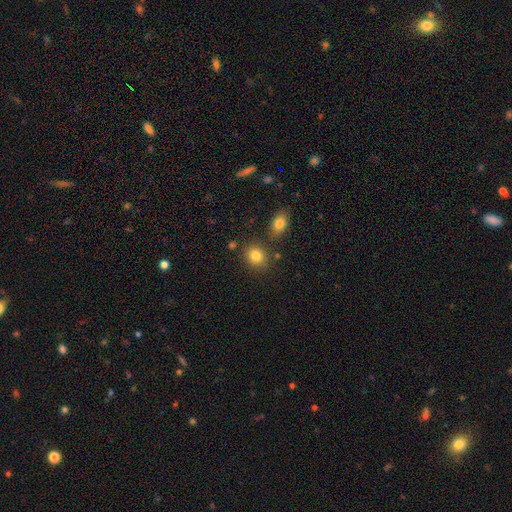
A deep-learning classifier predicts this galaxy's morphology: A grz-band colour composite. It shows a smooth galaxy with no disk features (82%) that is round (70%). Merging: none (79%).